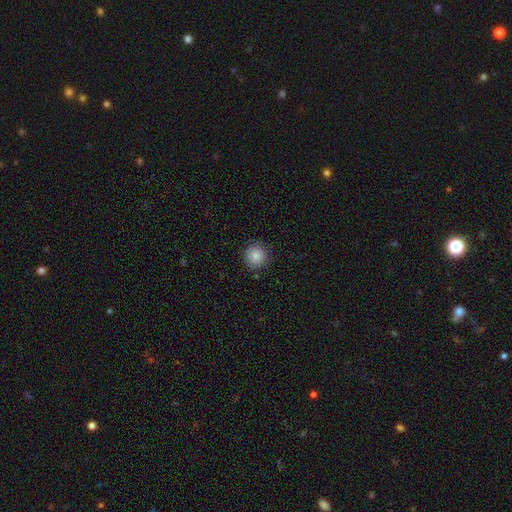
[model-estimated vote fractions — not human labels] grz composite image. It shows a smooth galaxy with no disk features (85%) that is round (94%). Merging: none (87%).